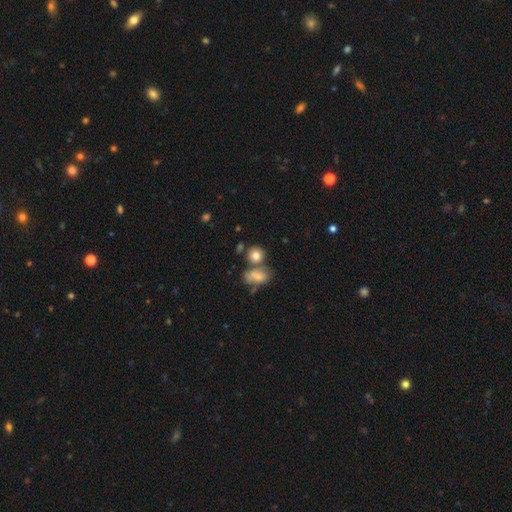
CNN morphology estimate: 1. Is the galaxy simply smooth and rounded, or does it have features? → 78% smooth, 12% featured or disk, 10% star or artifact.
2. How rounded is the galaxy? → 77% round, 22% in between, 1% cigar-shaped.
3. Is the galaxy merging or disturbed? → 56% none, 26% merger, 13% minor disturbance, 5% major disturbance.